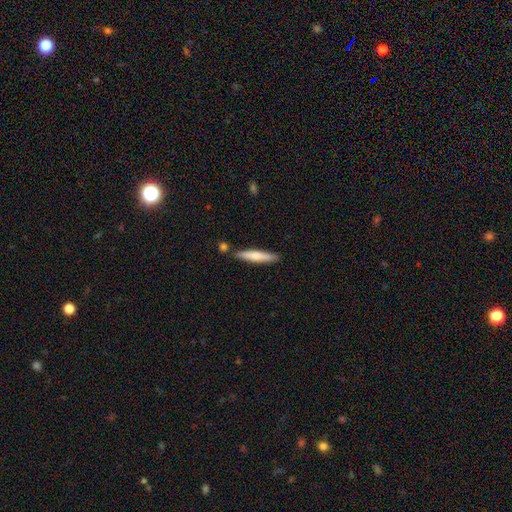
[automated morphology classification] Overall: smooth (62%; featured or disk 33%). How rounded: cigar-shaped (90%). Merging: none (82%).